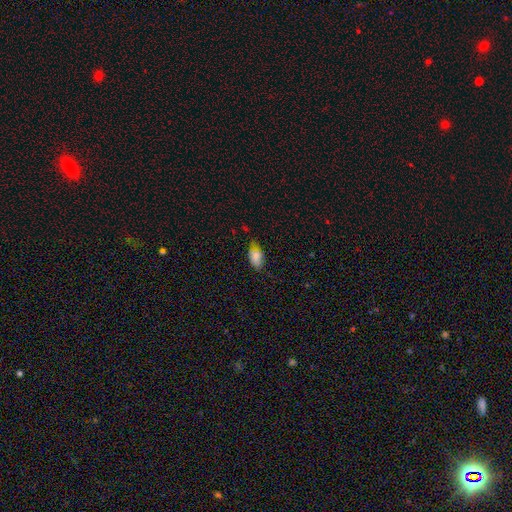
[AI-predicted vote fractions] Overall: smooth (80%). How rounded: in between (91%). Merging: none (58%; minor disturbance 33%).